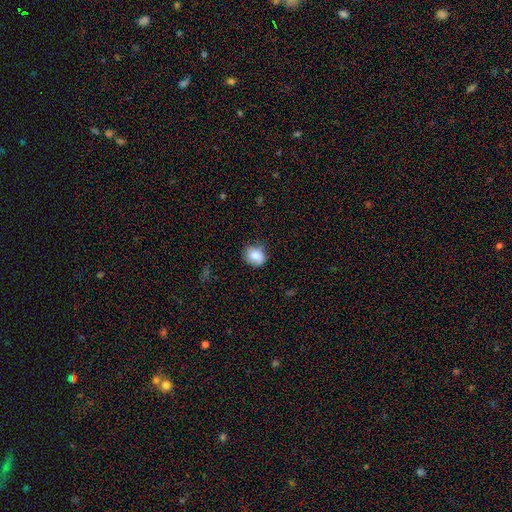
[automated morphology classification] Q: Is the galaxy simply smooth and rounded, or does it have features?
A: smooth — 84%.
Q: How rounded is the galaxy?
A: round — 55%.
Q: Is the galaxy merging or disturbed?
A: none — 76%.